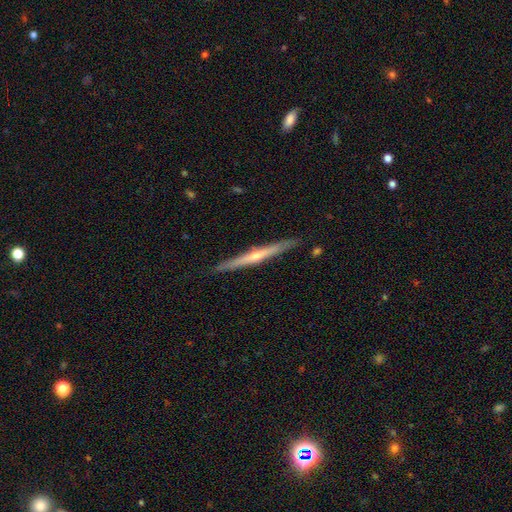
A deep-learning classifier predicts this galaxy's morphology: Overall: featured or disk (75%). Edge-on disk: yes (98%). Edge-on bulge: rounded (77%). Merging: none (90%).